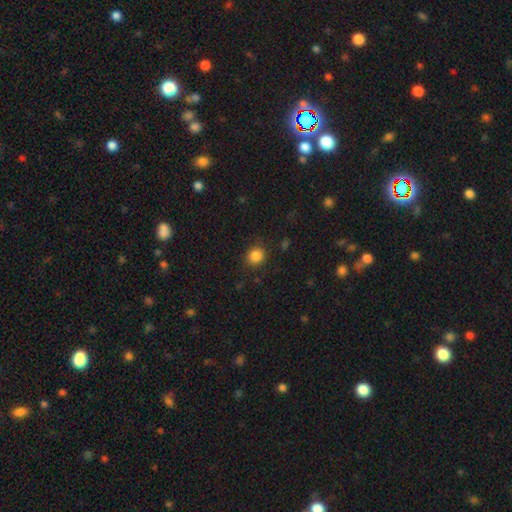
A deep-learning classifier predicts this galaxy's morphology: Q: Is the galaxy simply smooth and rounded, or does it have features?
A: smooth — 85%.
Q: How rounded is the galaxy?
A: round — 82%.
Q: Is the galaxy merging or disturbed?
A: none — 85%.